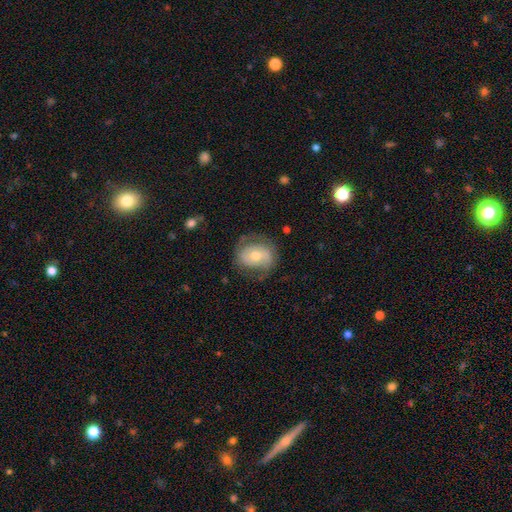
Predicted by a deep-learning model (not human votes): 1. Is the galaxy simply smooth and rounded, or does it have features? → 52% featured or disk, 41% smooth, 7% star or artifact.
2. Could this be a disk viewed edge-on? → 96% no, 4% yes.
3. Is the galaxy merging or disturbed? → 65% none, 21% minor disturbance, 12% major disturbance, 1% merger.